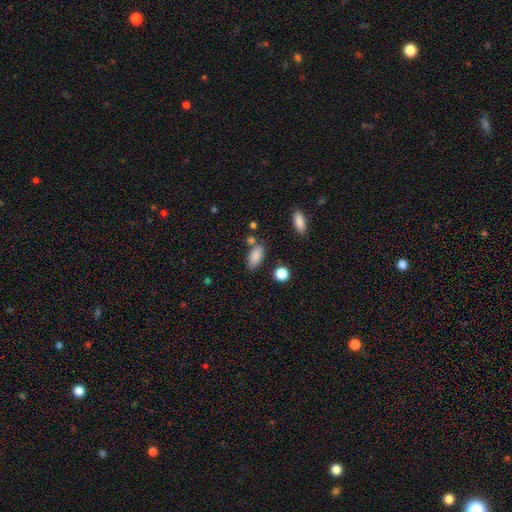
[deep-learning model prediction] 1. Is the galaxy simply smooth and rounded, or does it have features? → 85% smooth, 9% star or artifact, 6% featured or disk.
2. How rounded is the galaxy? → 86% in between, 9% cigar-shaped, 5% round.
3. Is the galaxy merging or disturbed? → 69% none, 17% minor disturbance, 10% merger, 5% major disturbance.